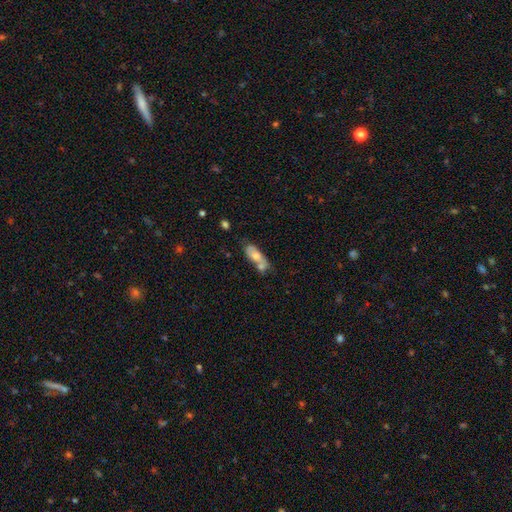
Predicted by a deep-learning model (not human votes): A smooth galaxy with no disk features (63%) that is in between round and cigar-shaped (73%). Merging: merger (49%).